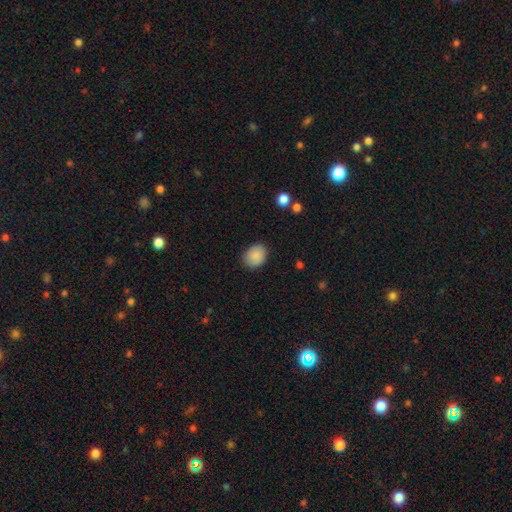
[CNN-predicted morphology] A smooth galaxy with no disk features (87%) that is in between round and cigar-shaped (58%).

Vote fractions:
- Smooth or featured? smooth: 87% / star or artifact: 8% / featured or disk: 5%
- How rounded? in between: 58% / round: 41% / cigar-shaped: 1%
- Merging? none: 84% / minor disturbance: 12% / major disturbance: 3% / merger: 1%